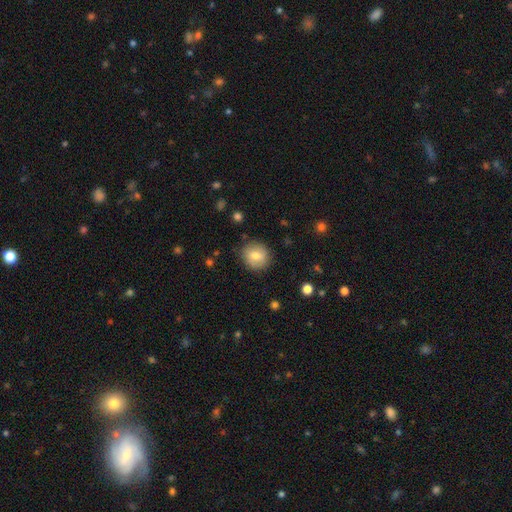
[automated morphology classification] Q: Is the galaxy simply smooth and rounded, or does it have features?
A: smooth — 77%.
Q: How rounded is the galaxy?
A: round — 87%.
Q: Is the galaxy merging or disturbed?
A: none — 86%.